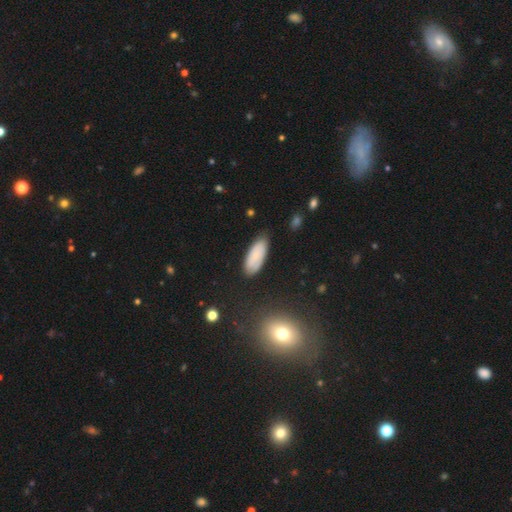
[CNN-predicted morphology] The model was most divided on "merging": none: 76%, minor disturbance: 19%, major disturbance: 4%, merger: 2%. More confident: how rounded — in between (80%); smooth or featured — smooth (79%).